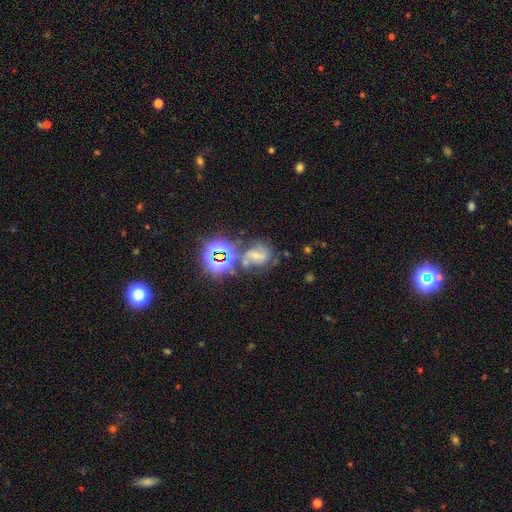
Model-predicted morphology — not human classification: featured or disk 50%, star or artifact 27%, smooth 23%. Down the decision tree: edge-on disk — no (97%); merging — none (49%).